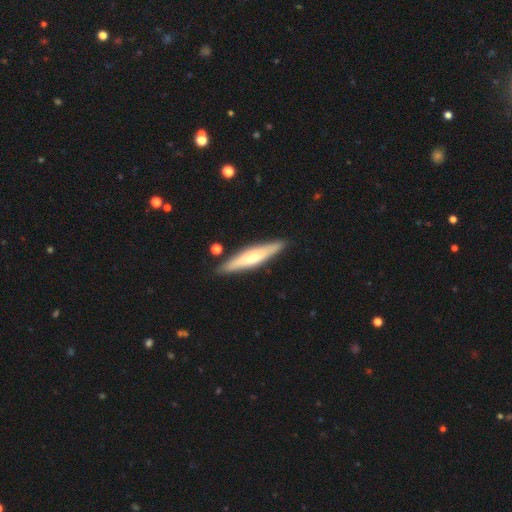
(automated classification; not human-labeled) The model was most divided on "smooth or featured": smooth: 51%, featured or disk: 43%, star or artifact: 5%. More confident: merging — none (85%); how rounded — cigar-shaped (85%).